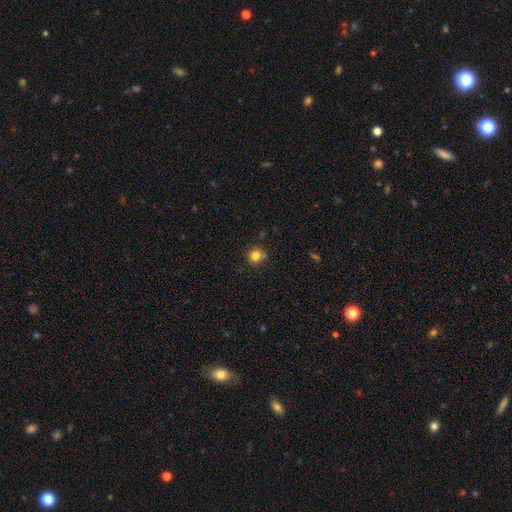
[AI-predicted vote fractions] smooth 82%, star or artifact 12%, featured or disk 6%. Down the decision tree: how rounded — round (89%); merging — none (75%).